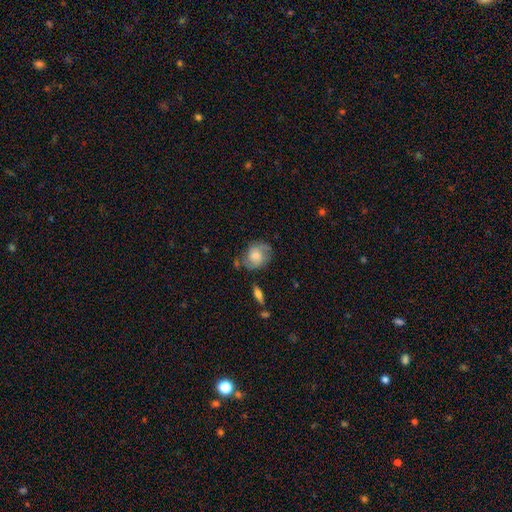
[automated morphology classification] The model was most divided on "smooth or featured": featured or disk: 52%, smooth: 39%, star or artifact: 8%. Remaining: edge-on disk — no (96%); spiral arms — yes (84%); bar — no (68%); merging — none (62%); bulge size — moderate (45%).